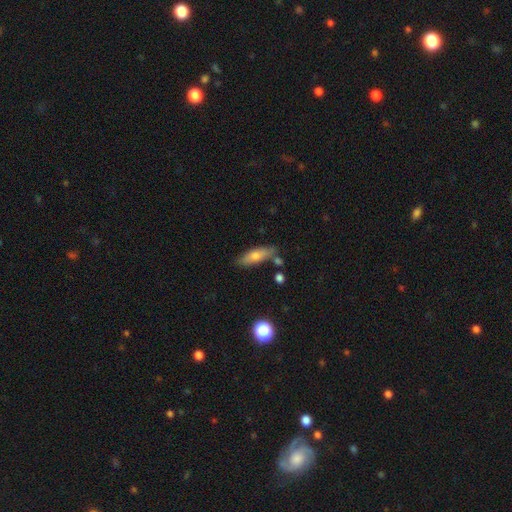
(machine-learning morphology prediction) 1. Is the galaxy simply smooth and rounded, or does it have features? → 66% smooth, 26% featured or disk, 7% star or artifact.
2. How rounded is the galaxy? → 50% in between, 47% cigar-shaped, 3% round.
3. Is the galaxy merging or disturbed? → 74% none, 16% minor disturbance, 7% merger, 3% major disturbance.